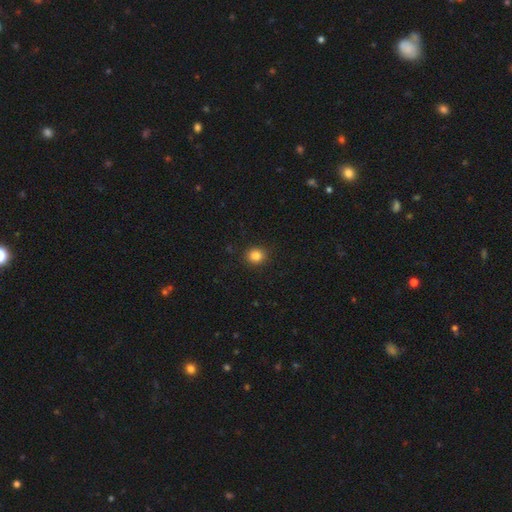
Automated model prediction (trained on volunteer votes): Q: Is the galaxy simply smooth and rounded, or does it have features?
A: smooth — 85%.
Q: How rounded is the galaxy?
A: round — 80%.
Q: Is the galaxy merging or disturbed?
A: none — 89%.